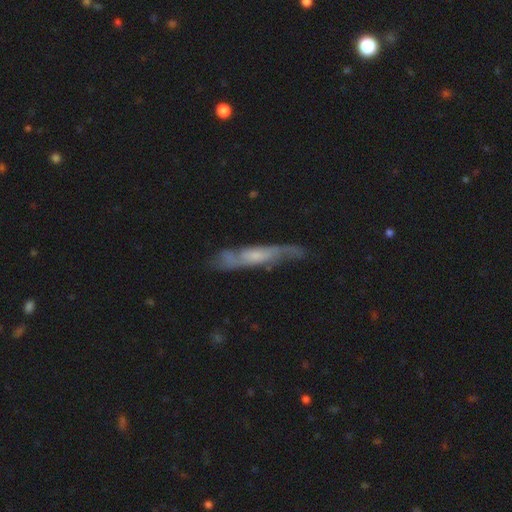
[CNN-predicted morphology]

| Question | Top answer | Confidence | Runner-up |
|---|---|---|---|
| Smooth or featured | featured or disk | 68% | smooth (26%) |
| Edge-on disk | no | 58% | yes (42%) |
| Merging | none | 63% | minor disturbance (23%) |